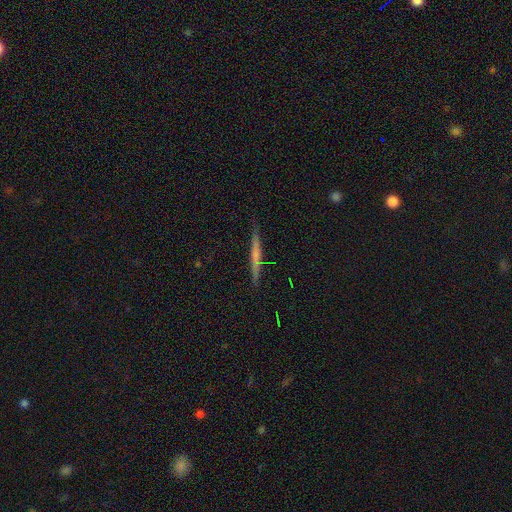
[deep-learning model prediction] This appears to be a featured or disk galaxy (47%). Merging: none (90%).